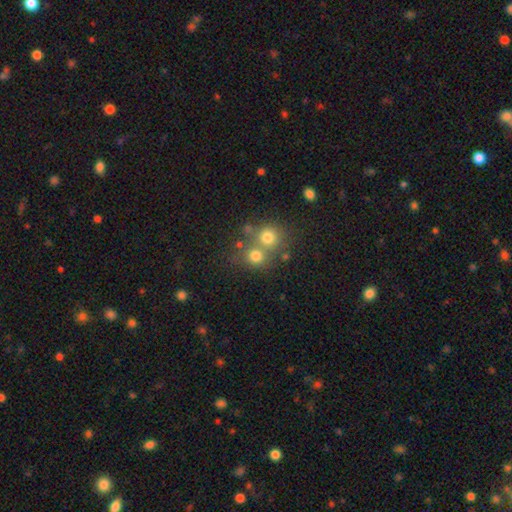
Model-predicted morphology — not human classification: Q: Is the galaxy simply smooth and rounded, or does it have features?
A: smooth — 72%.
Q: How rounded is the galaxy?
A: round — 85%.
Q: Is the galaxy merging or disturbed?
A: none — 47%.